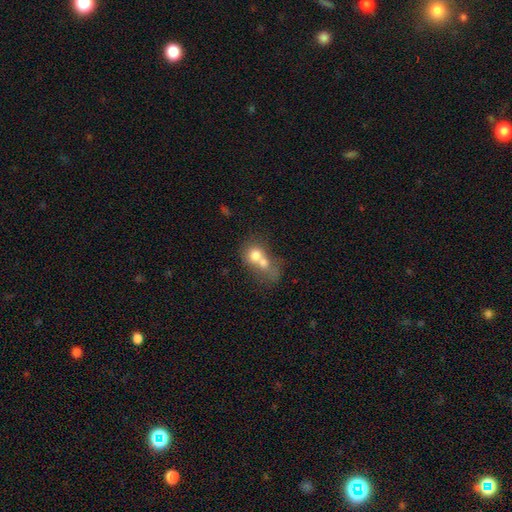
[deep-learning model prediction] This appears to be a smooth galaxy with no disk features (67%) that is round (61%). Merging: merger (73%).